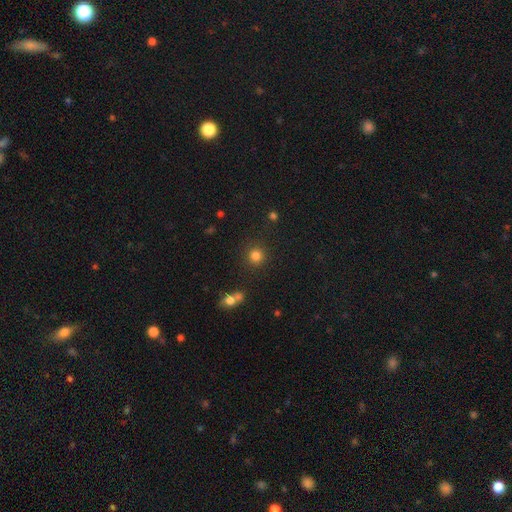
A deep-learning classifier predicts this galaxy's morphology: The model was most divided on "smooth or featured": smooth: 81%, star or artifact: 14%, featured or disk: 5%. More confident: how rounded — round (93%); merging — none (87%).